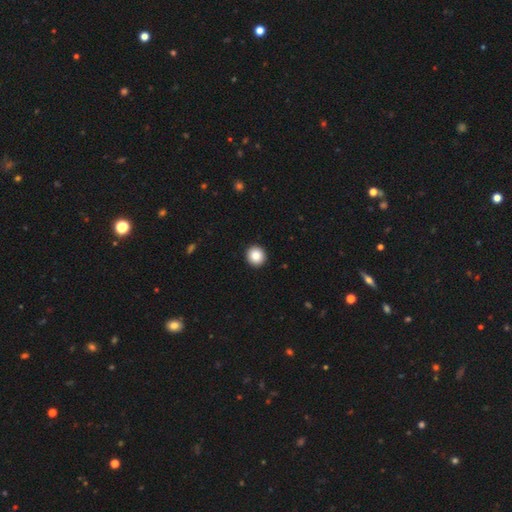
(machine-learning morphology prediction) Smooth or featured? Predicted: smooth (p=0.86). How rounded? Predicted: round (p=0.91). Merging? Predicted: none (p=0.94).